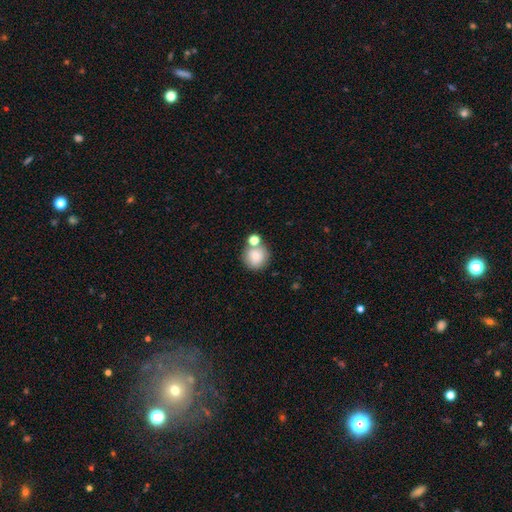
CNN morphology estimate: This is likely a smooth galaxy (79%). How rounded: clearly round (91%). Merging: likely none (62%).